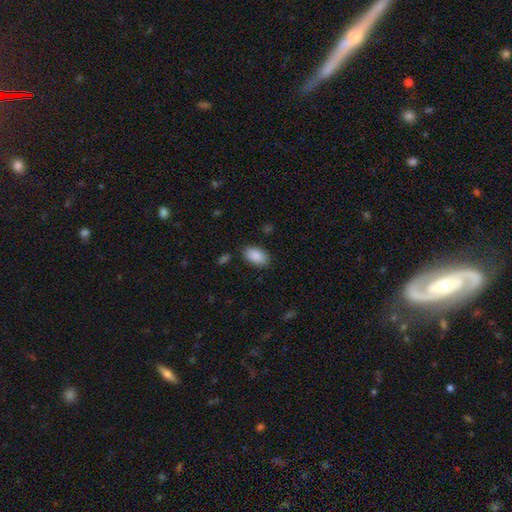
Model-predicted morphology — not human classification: A smooth galaxy with no disk features (89%) that is in between round and cigar-shaped (94%). Merging: none (85%).